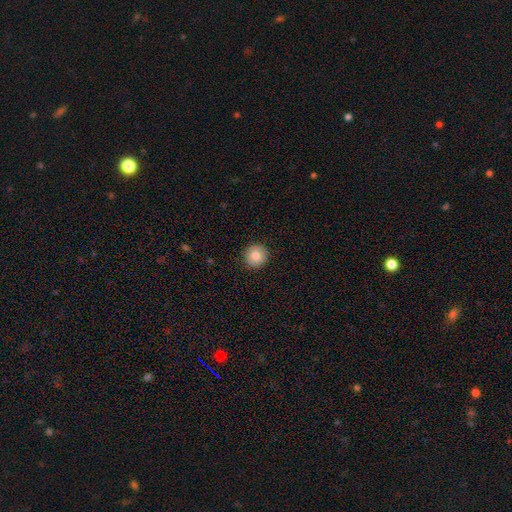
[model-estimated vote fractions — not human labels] smooth-or-featured: smooth: 81% | featured or disk: 11% | star or artifact: 8%
  how-rounded: round: 94% | in between: 5% | cigar-shaped: 1%
  merging: none: 91% | minor disturbance: 6% | major disturbance: 2% | merger: 1%